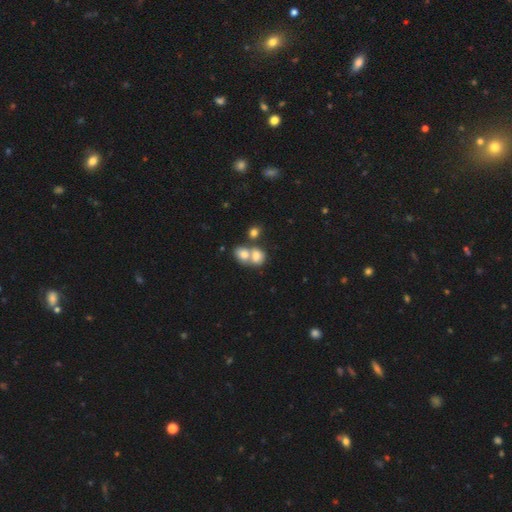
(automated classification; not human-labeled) This is likely a smooth galaxy (73%). How rounded: possibly in between (51%). Merging: likely merger (62%).